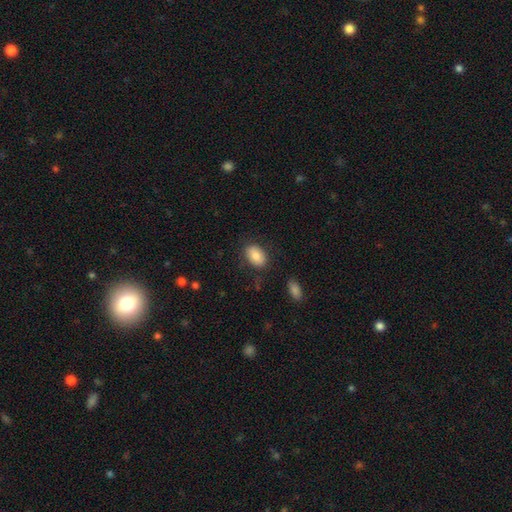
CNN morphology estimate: The model was most divided on "merging": none: 81%, minor disturbance: 13%, major disturbance: 4%, merger: 2%. More confident: how rounded — in between (87%); smooth or featured — smooth (85%).